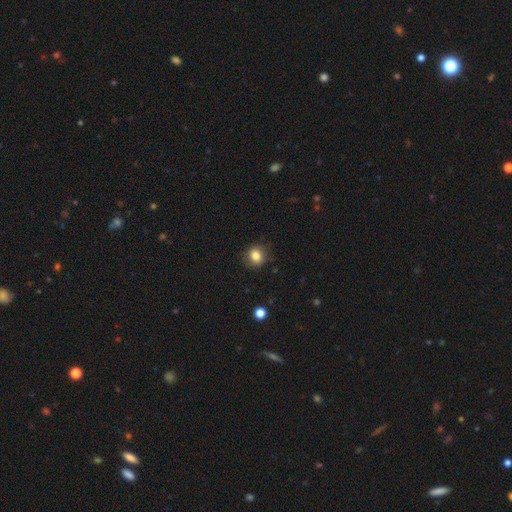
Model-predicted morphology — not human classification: A smooth galaxy with no disk features (82%) that is round (64%). Merging: none (83%).